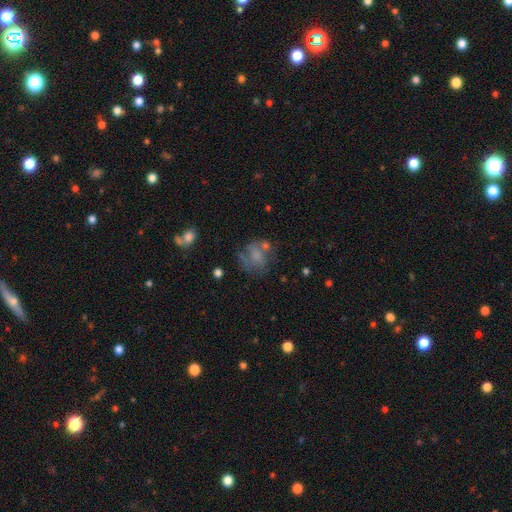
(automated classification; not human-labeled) smooth 52%, featured or disk 36%, star or artifact 12%. Down the decision tree: how rounded — round (66%); merging — none (42%).